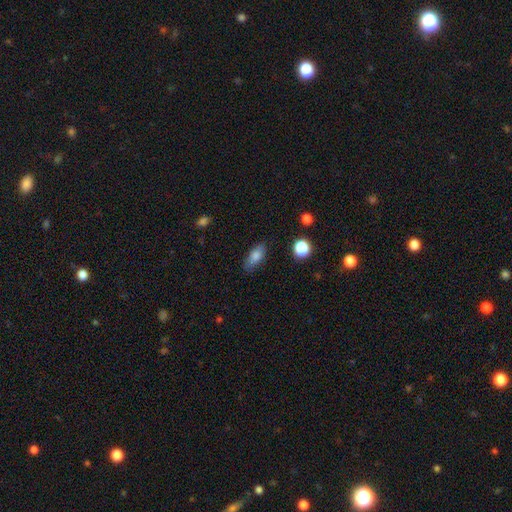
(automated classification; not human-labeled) smooth 80%, featured or disk 12%, star or artifact 8%. Down the decision tree: how rounded — in between (79%); merging — none (82%).